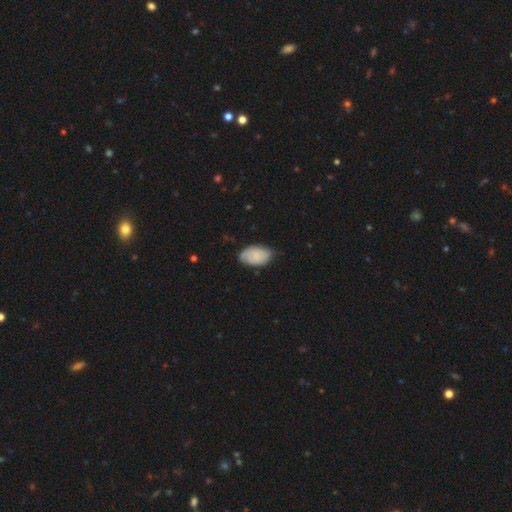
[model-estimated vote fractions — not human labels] Smooth or featured? Predicted: smooth (p=0.79). How rounded? Predicted: in between (p=0.93). Merging? Predicted: none (p=0.65).